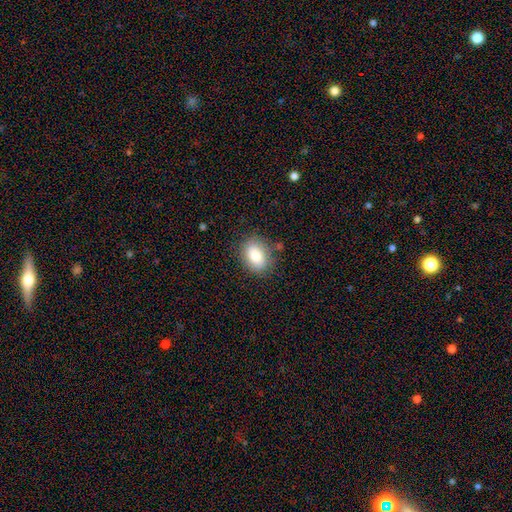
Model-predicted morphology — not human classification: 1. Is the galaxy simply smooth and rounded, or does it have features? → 78% smooth, 13% featured or disk, 8% star or artifact.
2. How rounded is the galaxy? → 66% in between, 33% round, 1% cigar-shaped.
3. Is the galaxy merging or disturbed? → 81% none, 13% minor disturbance, 4% major disturbance, 2% merger.